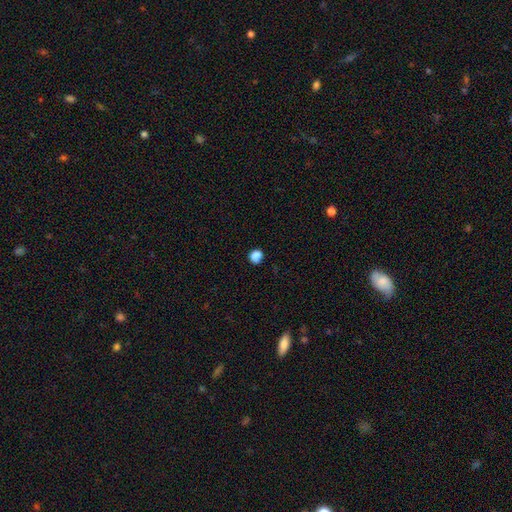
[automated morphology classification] smooth-or-featured: smooth: 85% | star or artifact: 12% | featured or disk: 4%
  how-rounded: round: 77% | in between: 22% | cigar-shaped: 1%
  merging: none: 80% | minor disturbance: 14% | major disturbance: 3% | merger: 2%